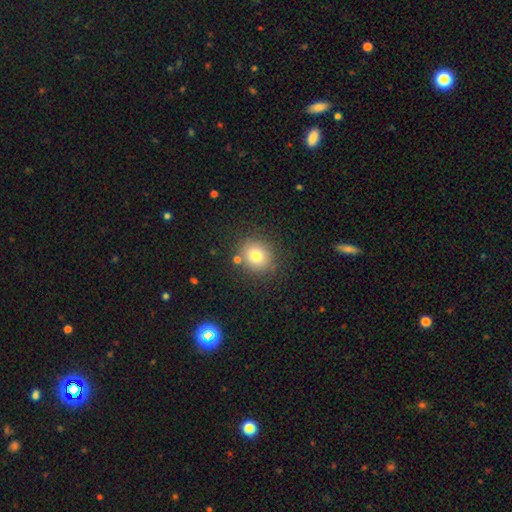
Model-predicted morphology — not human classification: Overall: smooth (77%). How rounded: round (82%). Merging: none (82%).